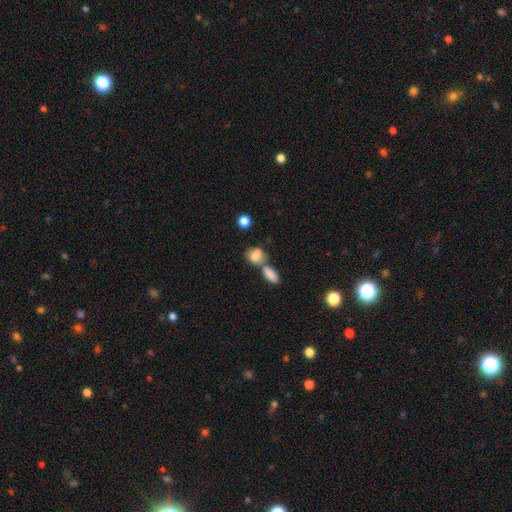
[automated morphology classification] A smooth galaxy with no disk features (81%) that is in between round and cigar-shaped (57%). Merging: merger (46%).